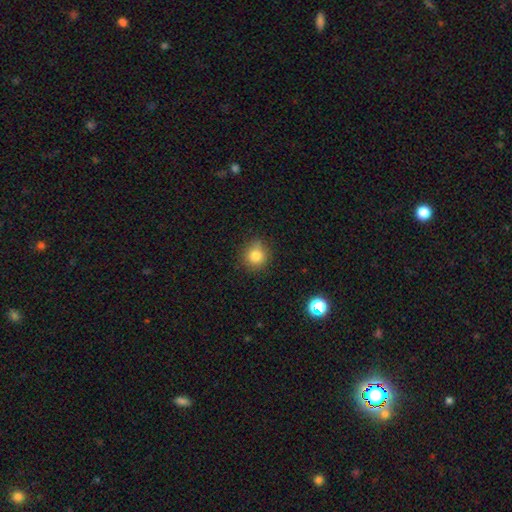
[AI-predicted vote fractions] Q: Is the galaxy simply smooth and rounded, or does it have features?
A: smooth — 81%.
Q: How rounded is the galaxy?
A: round — 89%.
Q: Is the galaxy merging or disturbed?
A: none — 80%.